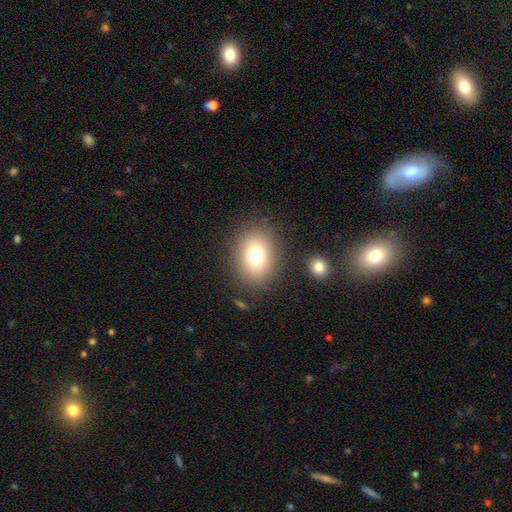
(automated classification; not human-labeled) smooth 76%, star or artifact 12%, featured or disk 12%. Down the decision tree: how rounded — in between (55%); merging — none (84%).